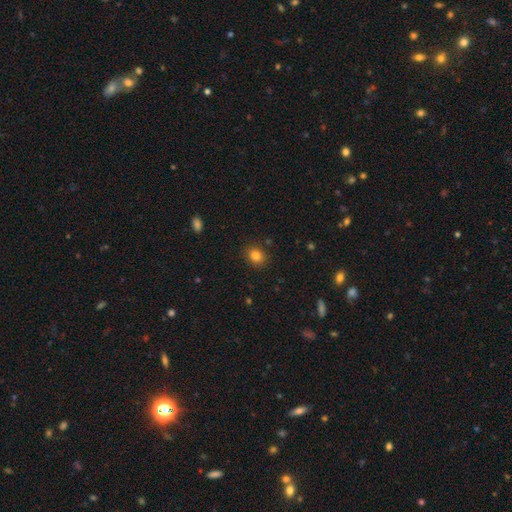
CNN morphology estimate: smooth 83%, star or artifact 12%, featured or disk 6%. Down the decision tree: how rounded — round (60%); merging — none (87%).